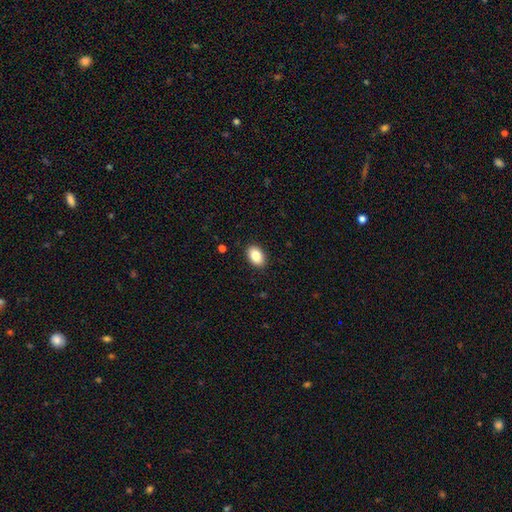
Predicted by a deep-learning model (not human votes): Morphology: type=smooth (85%); roundness=in between (86%); merging=none (89%).